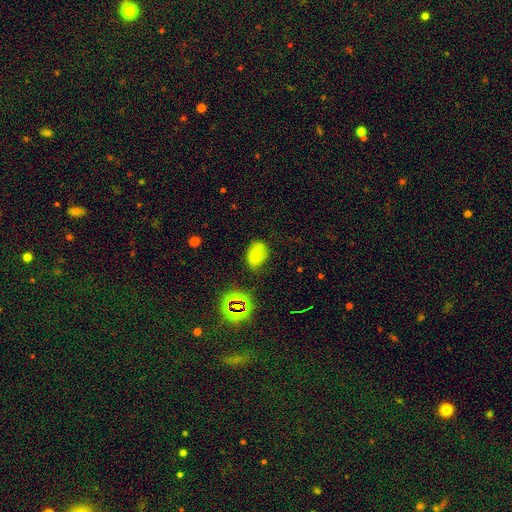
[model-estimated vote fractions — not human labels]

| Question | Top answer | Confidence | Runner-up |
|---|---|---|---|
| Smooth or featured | smooth | 67% | star or artifact (18%) |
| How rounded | in between | 79% | round (20%) |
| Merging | none | 65% | minor disturbance (25%) |